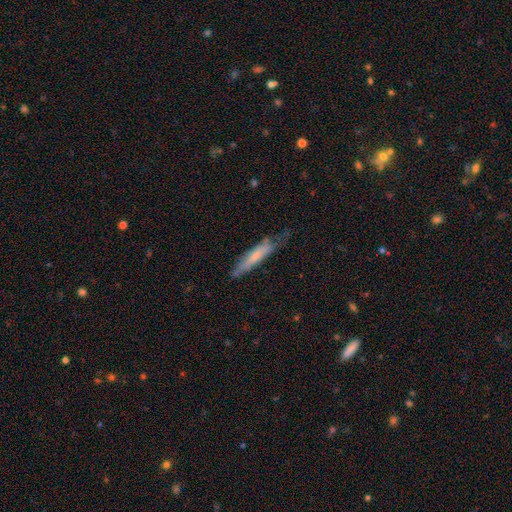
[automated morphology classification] smooth_or_featured: smooth (p=0.58) [alt: featured or disk p=0.35]
how_rounded: cigar-shaped (p=0.87) [alt: in between p=0.12]
merging: none (p=0.60) [alt: minor disturbance p=0.29]